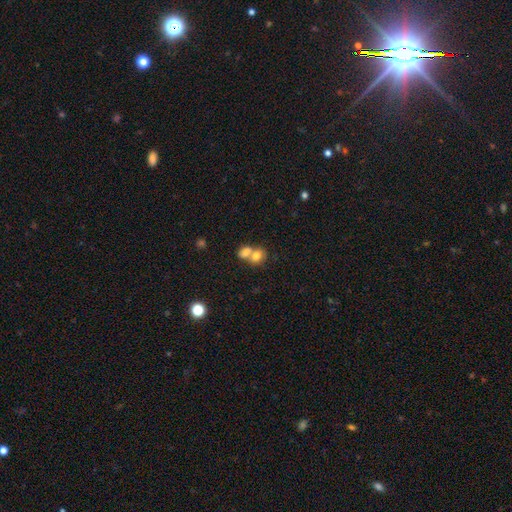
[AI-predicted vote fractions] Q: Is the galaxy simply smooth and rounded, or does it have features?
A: smooth — 75%.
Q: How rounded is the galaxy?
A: round — 51%.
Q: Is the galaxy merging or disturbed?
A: merger — 67%.